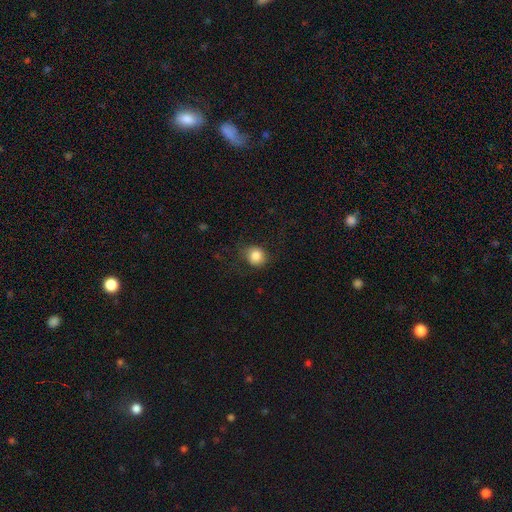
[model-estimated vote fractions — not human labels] The model was most divided on "merging": none: 75%, minor disturbance: 17%, major disturbance: 7%, merger: 1%. More confident: smooth or featured — smooth (83%); how rounded — round (79%).